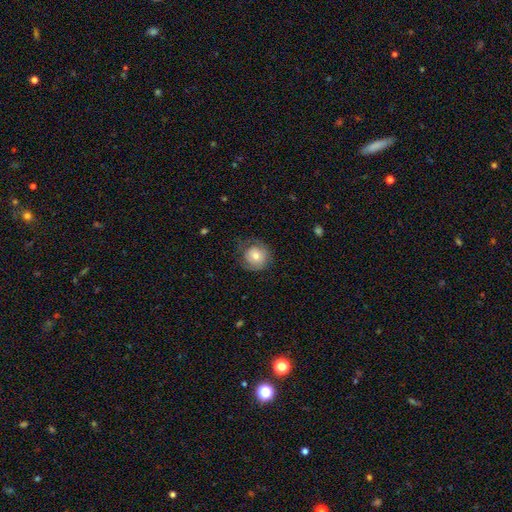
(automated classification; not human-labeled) Smooth or featured?
  - smooth: 62% *
  - featured or disk: 30%
  - star or artifact: 8%
How rounded?
  - round: 89% *
  - in between: 10%
  - cigar-shaped: 1%
Merging?
  - none: 64% *
  - minor disturbance: 22%
  - major disturbance: 13%
  - merger: 1%